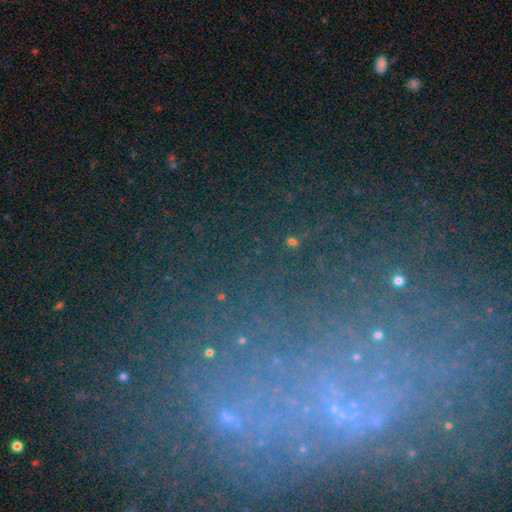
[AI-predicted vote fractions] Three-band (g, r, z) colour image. It shows a star or artifact, not a galaxy (61%).